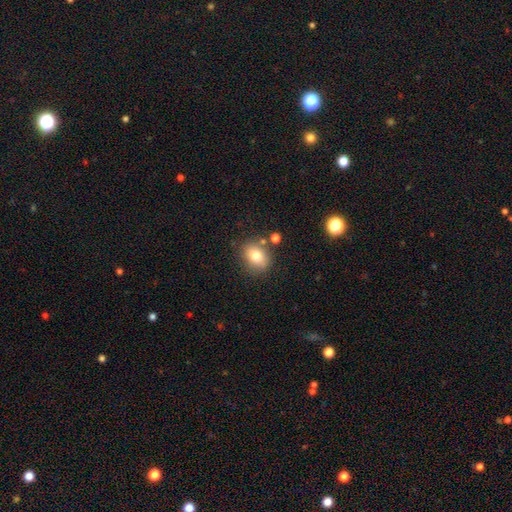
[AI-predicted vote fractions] A smooth galaxy with no disk features (77%) that is in between round and cigar-shaped (53%). Merging: none (76%).